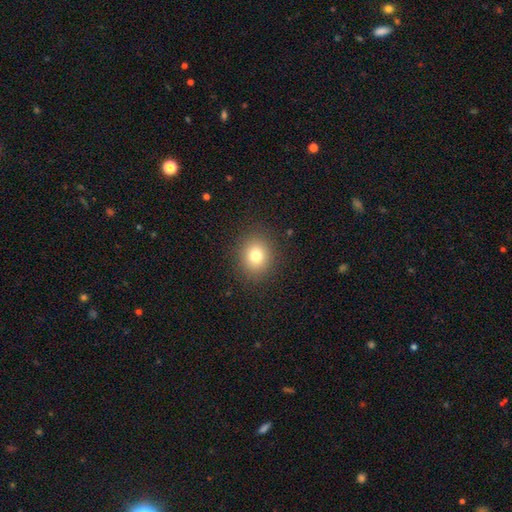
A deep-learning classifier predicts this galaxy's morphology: A smooth galaxy with no disk features (78%) that is round (73%).

Vote fractions:
- Smooth or featured? smooth: 78% / star or artifact: 13% / featured or disk: 9%
- How rounded? round: 73% / in between: 26% / cigar-shaped: 1%
- Merging? none: 89% / minor disturbance: 7% / major disturbance: 3% / merger: 1%